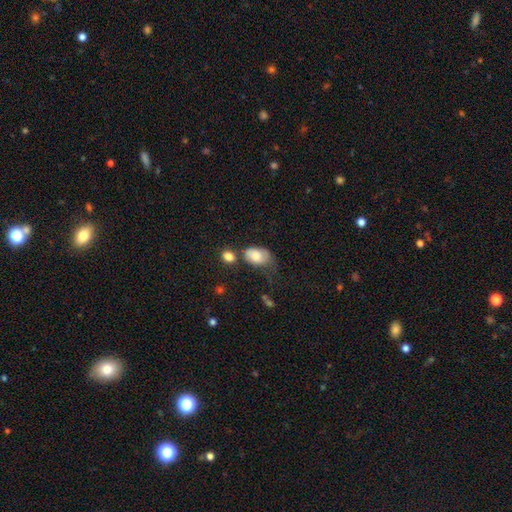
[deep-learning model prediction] Smooth or featured?
  - smooth: 76% *
  - featured or disk: 17%
  - star or artifact: 8%
How rounded?
  - in between: 87% *
  - round: 12%
  - cigar-shaped: 1%
Merging?
  - none: 36% *
  - minor disturbance: 31%
  - major disturbance: 17%
  - merger: 16%